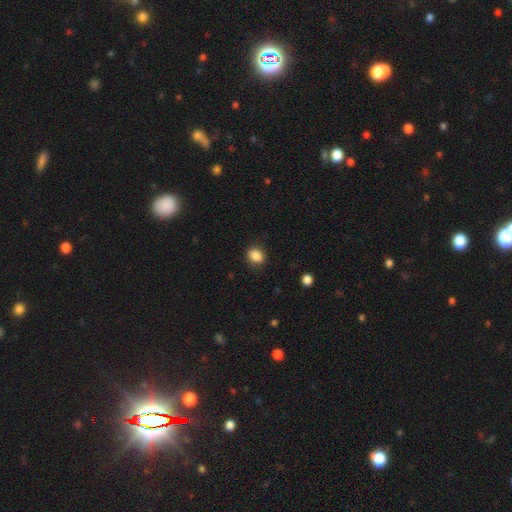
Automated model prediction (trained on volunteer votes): Q: Smooth or featured?
A: smooth (87%); runner-up: star or artifact (10%)
Q: How rounded?
A: round (67%); runner-up: in between (32%)
Q: Merging?
A: none (87%); runner-up: minor disturbance (9%)